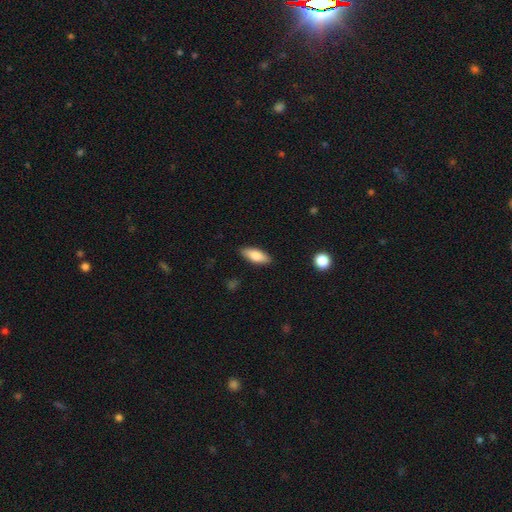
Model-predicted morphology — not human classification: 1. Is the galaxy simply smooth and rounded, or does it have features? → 80% smooth, 14% featured or disk, 6% star or artifact.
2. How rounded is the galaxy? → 74% in between, 24% cigar-shaped, 2% round.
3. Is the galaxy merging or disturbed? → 88% none, 9% minor disturbance, 2% major disturbance, 1% merger.